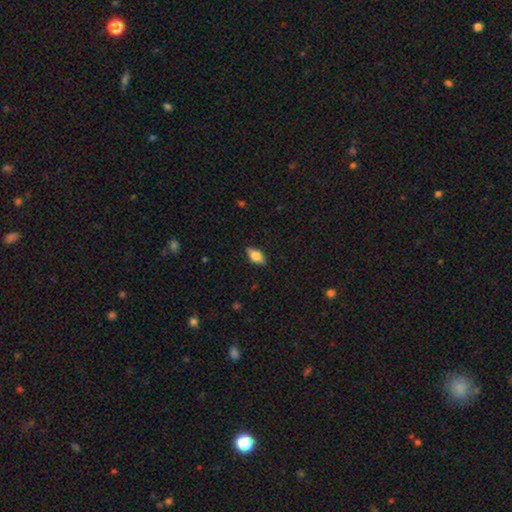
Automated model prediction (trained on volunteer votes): smooth_or_featured: smooth (p=0.71) [alt: featured or disk p=0.21]
how_rounded: in between (p=0.85) [alt: cigar-shaped p=0.11]
merging: none (p=0.86) [alt: minor disturbance p=0.11]